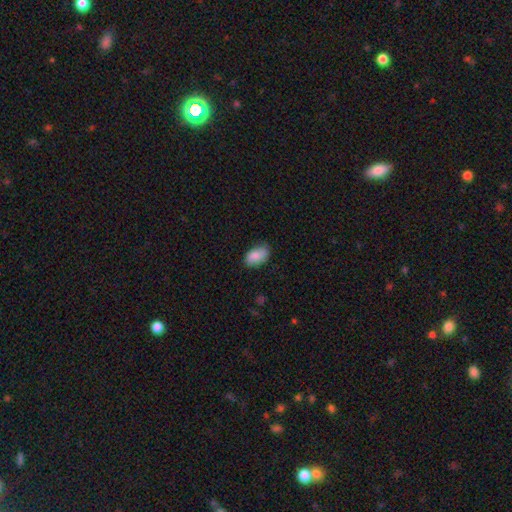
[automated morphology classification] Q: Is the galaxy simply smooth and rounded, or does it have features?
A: smooth — 83%.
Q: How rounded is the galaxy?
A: in between — 93%.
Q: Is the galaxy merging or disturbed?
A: none — 73%.